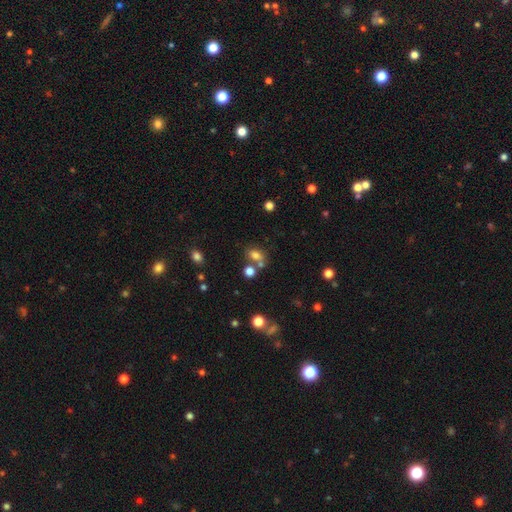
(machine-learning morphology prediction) Overall: smooth (75%). How rounded: in between (68%; round 30%). Merging: none (57%; merger 25%).